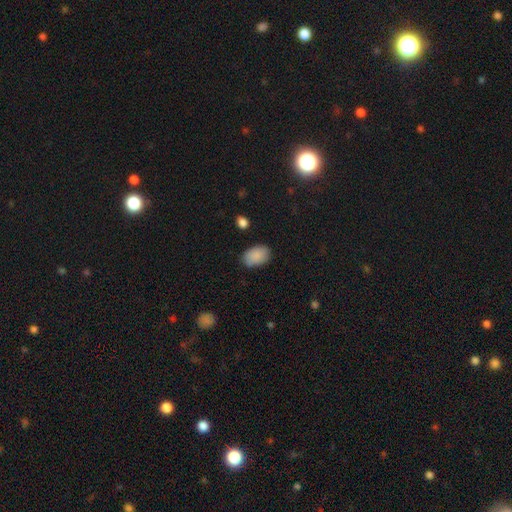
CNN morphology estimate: This appears to be a smooth galaxy with no disk features (88%) that is in between round and cigar-shaped (89%). Merging: none (81%).